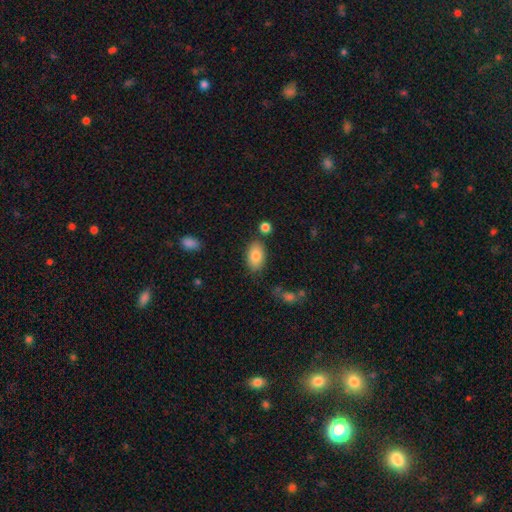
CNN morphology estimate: A smooth galaxy with no disk features (83%) that is in between round and cigar-shaped (91%). Merging: none (80%).